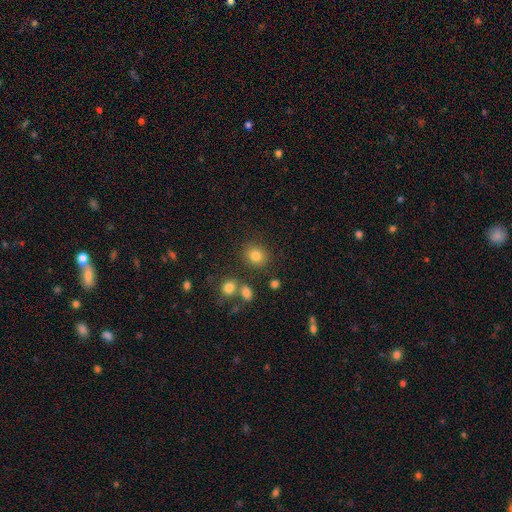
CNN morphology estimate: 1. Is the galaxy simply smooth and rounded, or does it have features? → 80% smooth, 12% star or artifact, 7% featured or disk.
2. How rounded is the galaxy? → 73% round, 26% in between, 1% cigar-shaped.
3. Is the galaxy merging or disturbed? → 82% none, 9% minor disturbance, 6% merger, 3% major disturbance.